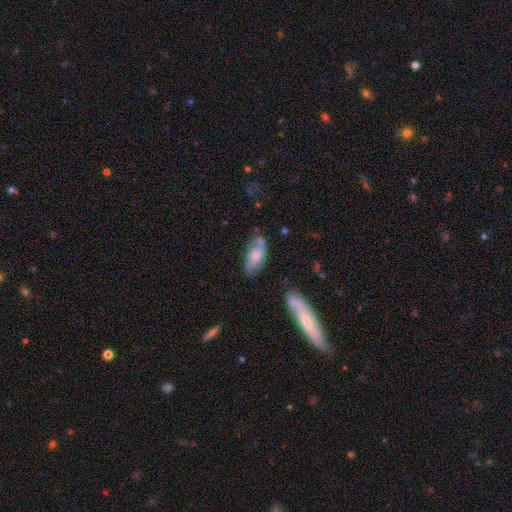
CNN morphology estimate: The model was most divided on "bulge size": small: 41%, moderate: 37%, none: 12%, large: 8%, dominant: 2%. More confident: edge-on disk — no (91%); spiral arms — yes (84%); bar — no (69%); merging — none (61%); smooth or featured — featured or disk (55%).